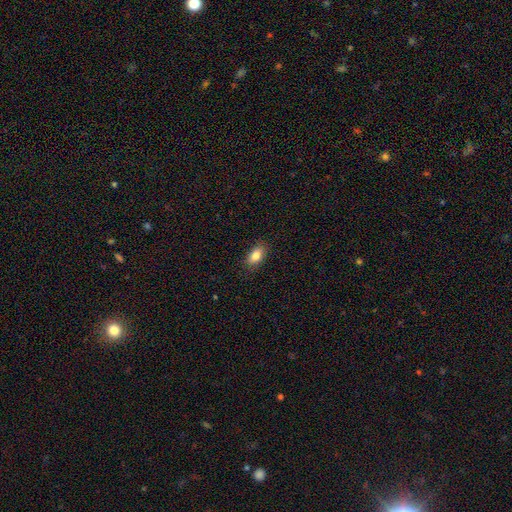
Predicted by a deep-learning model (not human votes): Smooth or featured: smooth — 83% (featured or disk — 9%)
How rounded: in between — 88% (round — 6%)
Merging: none — 85% (minor disturbance — 11%)